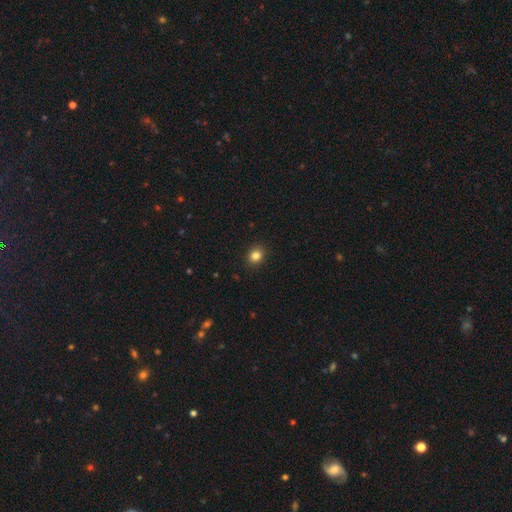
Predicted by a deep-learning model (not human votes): Smooth or featured? smooth (84%)
How rounded? round (68%)
Merging? none (91%)